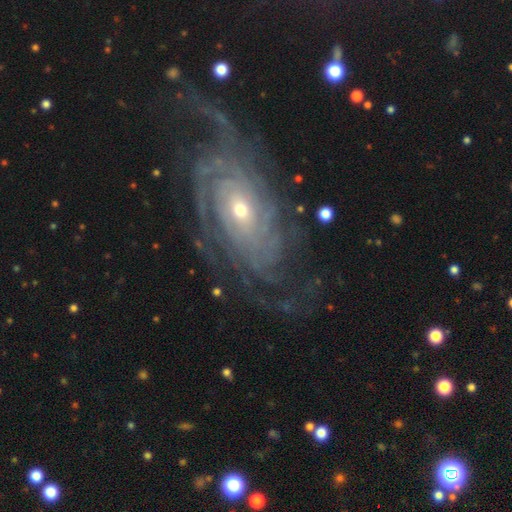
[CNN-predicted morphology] Overall: featured or disk (90%). Edge-on disk: no (95%). Bar: no (69%). Spiral arms: yes (97%). Spiral arm count: can't tell (29%; 2 17%). Spiral winding: tight (68%). Bulge size: small (62%; moderate 34%). Merging: none (68%).